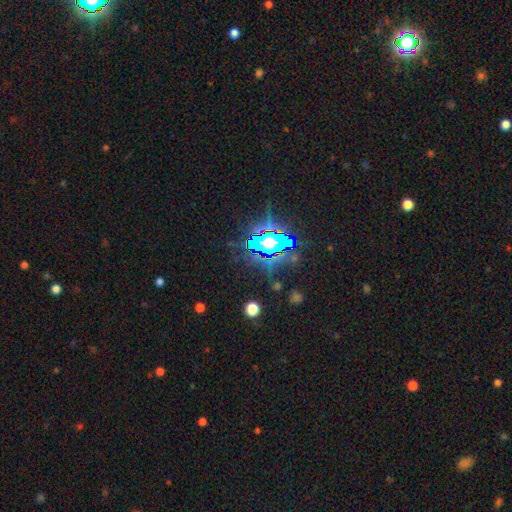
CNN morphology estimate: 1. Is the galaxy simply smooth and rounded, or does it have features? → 82% star or artifact, 10% smooth, 8% featured or disk.